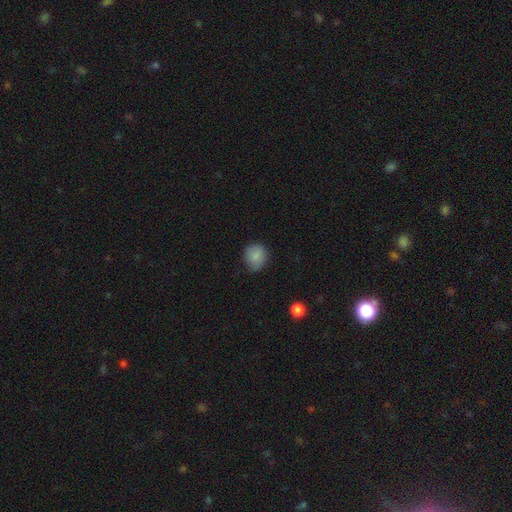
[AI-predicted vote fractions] A smooth galaxy with no disk features (86%) that is round (76%).

Vote fractions:
- Smooth or featured? smooth: 86% / star or artifact: 9% / featured or disk: 6%
- How rounded? round: 76% / in between: 23% / cigar-shaped: 1%
- Merging? none: 77% / minor disturbance: 19% / major disturbance: 4% / merger: 1%